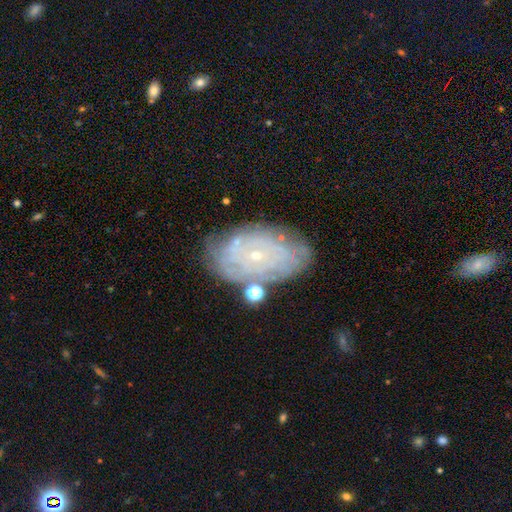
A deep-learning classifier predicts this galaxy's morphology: Smooth or featured: featured or disk — 65% (smooth — 21%)
Edge-on disk: no — 94% (yes — 6%)
Bar: no — 79% (weak — 17%)
Spiral arms: yes — 82% (no — 18%)
Spiral winding: tight — 78% (medium — 16%)
Spiral arm count: can't tell — 55% (2 — 11%)
Bulge size: small — 82% (moderate — 14%)
Merging: none — 76% (minor disturbance — 15%)